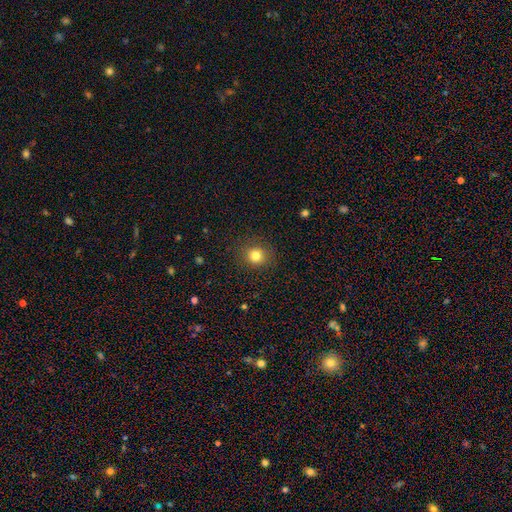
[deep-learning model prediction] smooth-or-featured: smooth: 81% | star or artifact: 13% | featured or disk: 6%
  how-rounded: round: 85% | in between: 14% | cigar-shaped: 1%
  merging: none: 88% | minor disturbance: 8% | major disturbance: 3% | merger: 1%